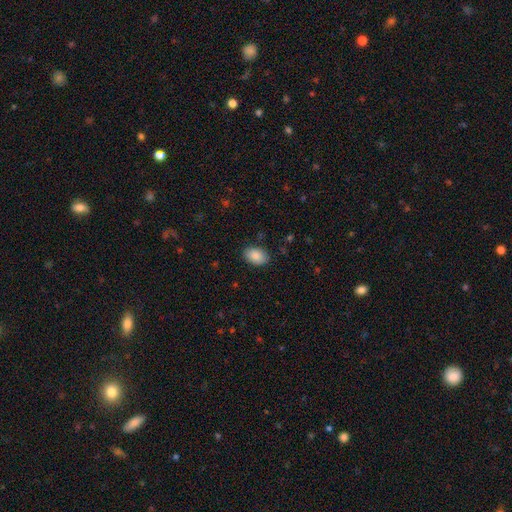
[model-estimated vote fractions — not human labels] Morphology: type=smooth (88%); roundness=in between (89%); merging=none (87%).